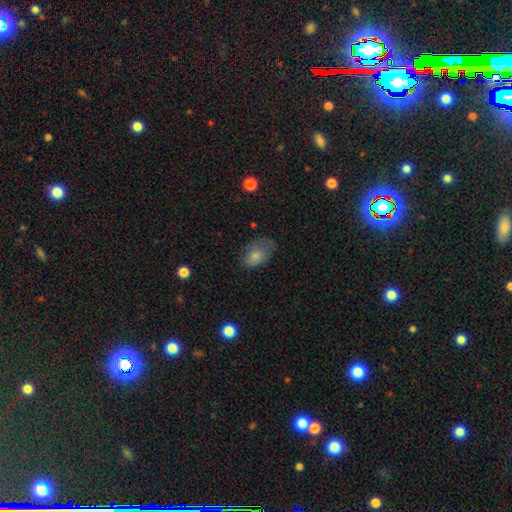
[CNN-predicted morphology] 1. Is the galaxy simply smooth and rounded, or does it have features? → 77% smooth, 14% featured or disk, 9% star or artifact.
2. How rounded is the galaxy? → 79% in between, 20% round, 1% cigar-shaped.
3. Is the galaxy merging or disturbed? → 48% none, 34% minor disturbance, 17% major disturbance, 2% merger.